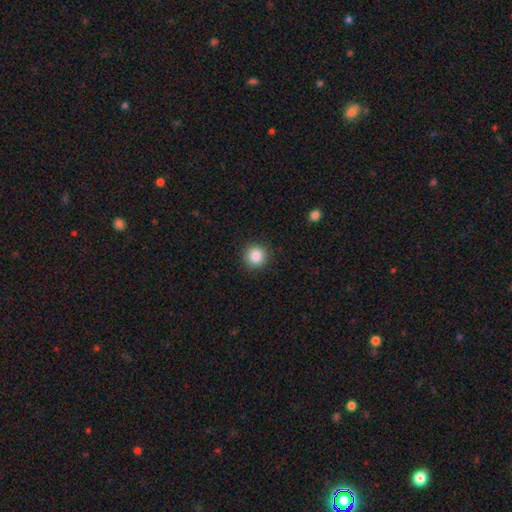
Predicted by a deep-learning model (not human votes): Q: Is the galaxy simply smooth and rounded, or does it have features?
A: smooth — 86%.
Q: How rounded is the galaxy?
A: round — 94%.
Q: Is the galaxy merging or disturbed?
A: none — 92%.